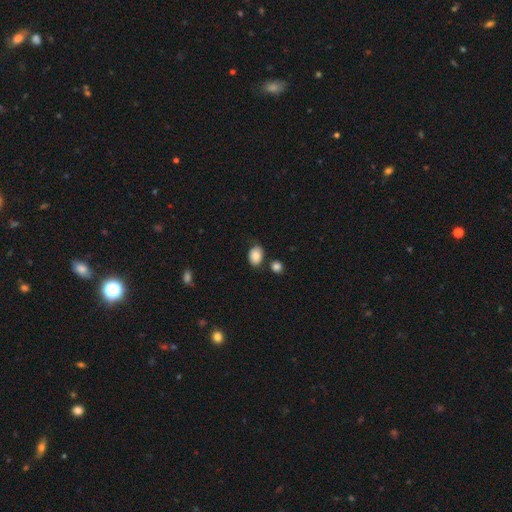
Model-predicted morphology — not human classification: smooth-or-featured: smooth: 86% | star or artifact: 8% | featured or disk: 6%
  how-rounded: in between: 74% | round: 25% | cigar-shaped: 1%
  merging: none: 72% | minor disturbance: 16% | merger: 8% | major disturbance: 4%